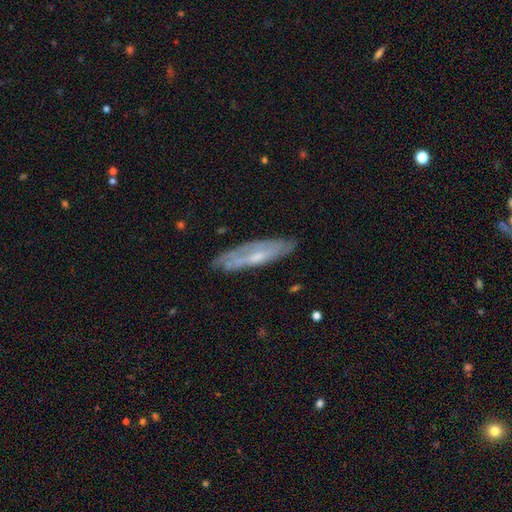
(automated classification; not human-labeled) smooth_or_featured: featured or disk (p=0.60) [alt: smooth p=0.32]
disk_edge_on: no (p=0.59) [alt: yes p=0.41]
merging: none (p=0.72) [alt: minor disturbance p=0.21]